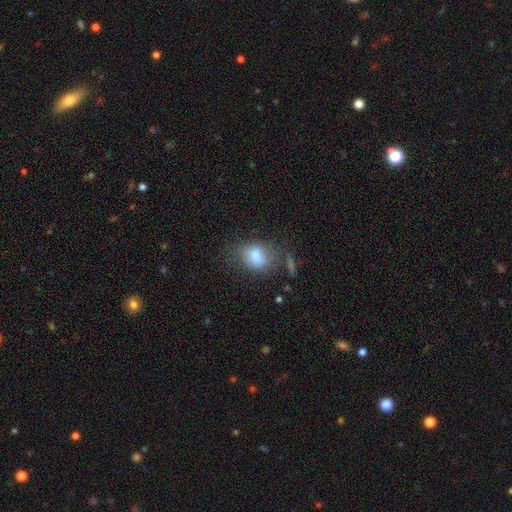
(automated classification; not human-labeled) Smooth or featured? Predicted: smooth (p=0.74). How rounded? Predicted: in between (p=0.68). Merging? Predicted: none (p=0.56).